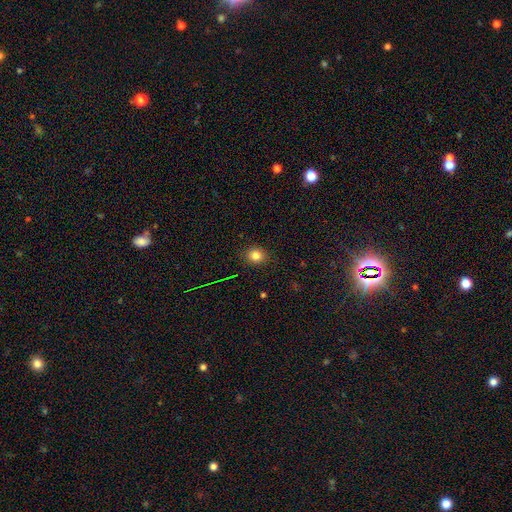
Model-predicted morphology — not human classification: smooth 82%, star or artifact 13%, featured or disk 6%. Down the decision tree: how rounded — round (74%); merging — none (89%).